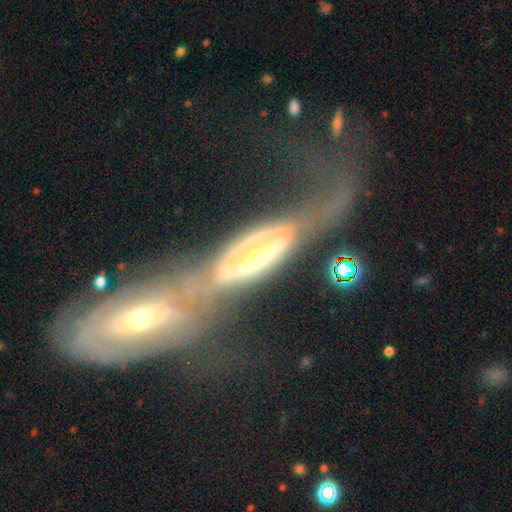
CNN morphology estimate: smooth_or_featured: featured or disk (p=0.76) [alt: smooth p=0.17]
disk_edge_on: no (p=0.77) [alt: yes p=0.23]
bar: no (p=0.44) [alt: weak p=0.32]
has_spiral_arms: yes (p=0.69) [alt: no p=0.31]
bulge_size: moderate (p=0.56) [alt: small p=0.32]
merging: merger (p=0.68) [alt: major disturbance p=0.16]